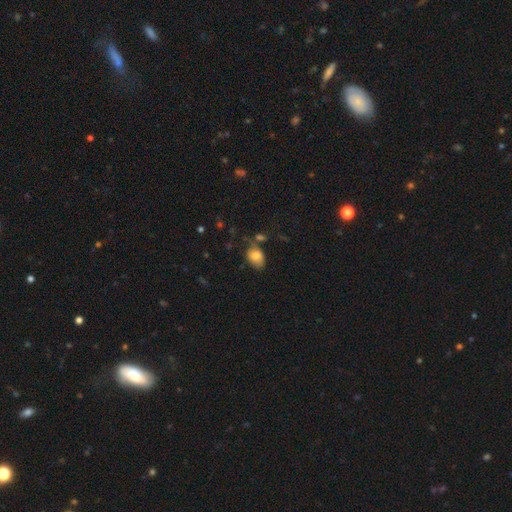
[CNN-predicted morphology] Smooth or featured? Predicted: smooth (p=0.81). How rounded? Predicted: in between (p=0.80). Merging? Predicted: none (p=0.50).